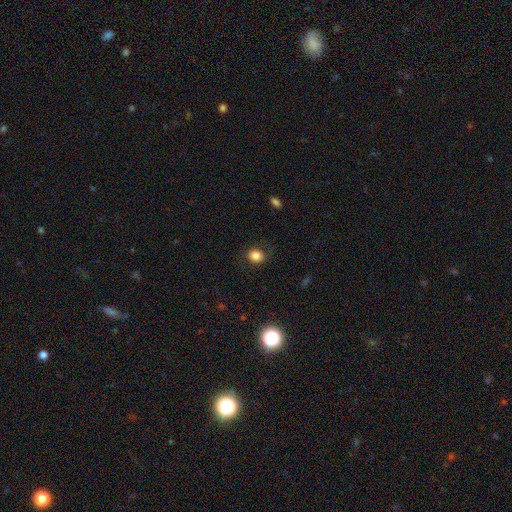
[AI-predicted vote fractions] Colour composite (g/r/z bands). It shows a smooth galaxy with no disk features (82%) that is round (74%). Merging: none (82%).